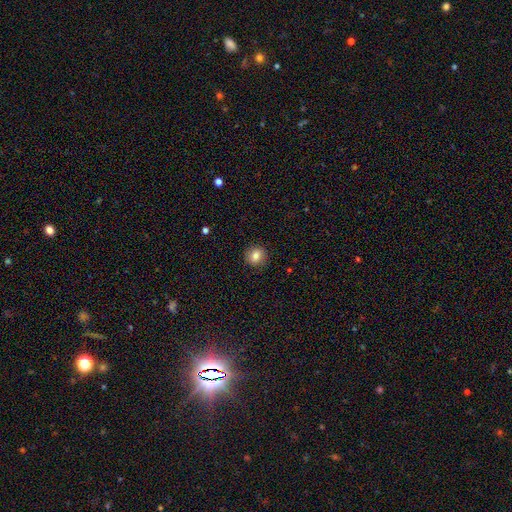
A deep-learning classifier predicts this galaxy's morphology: This appears to be a smooth galaxy with no disk features (82%) that is round (83%). Merging: none (88%).